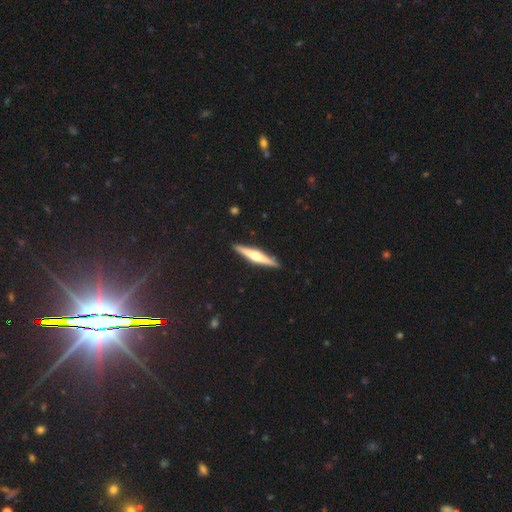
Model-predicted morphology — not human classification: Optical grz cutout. It shows a featured or disk galaxy (70%) viewed edge-on (98%) with a rounded central bulge (90%). Merging: none (91%).